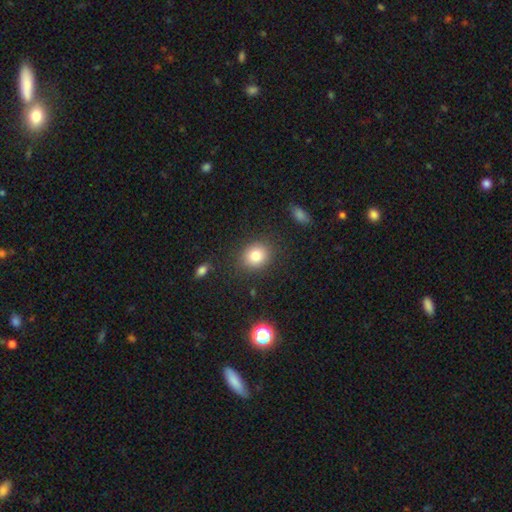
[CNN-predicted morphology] This is clearly a smooth galaxy (81%). How rounded: likely round (72%). Merging: clearly none (86%).